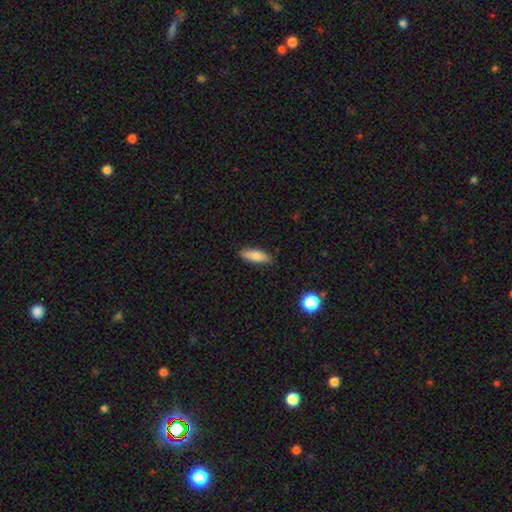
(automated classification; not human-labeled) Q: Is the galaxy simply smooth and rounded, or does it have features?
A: smooth — 78%.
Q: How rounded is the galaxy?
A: in between — 60%.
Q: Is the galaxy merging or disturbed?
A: none — 84%.